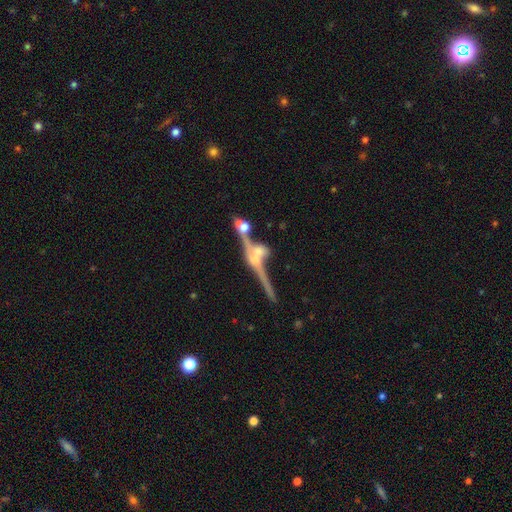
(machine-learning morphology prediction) Q: Smooth or featured?
A: featured or disk (73%); runner-up: smooth (16%)
Q: Edge-on disk?
A: yes (84%); runner-up: no (16%)
Q: Edge-on bulge?
A: rounded (75%); runner-up: none (13%)
Q: Merging?
A: none (49%); runner-up: merger (29%)